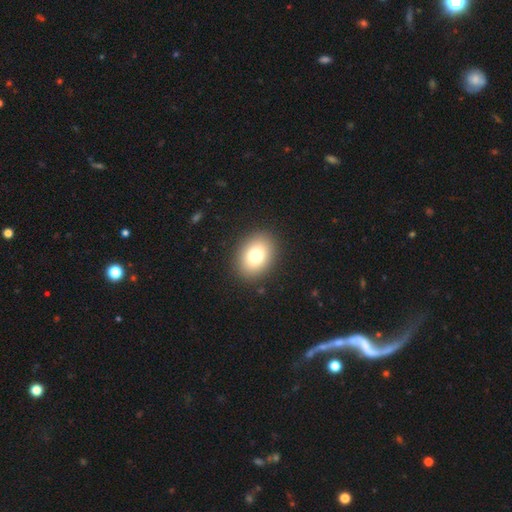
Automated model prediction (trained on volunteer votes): Smooth or featured?
  - smooth: 77% *
  - featured or disk: 12%
  - star or artifact: 10%
How rounded?
  - in between: 65% *
  - round: 34%
  - cigar-shaped: 1%
Merging?
  - none: 90% *
  - minor disturbance: 7%
  - major disturbance: 2%
  - merger: 1%